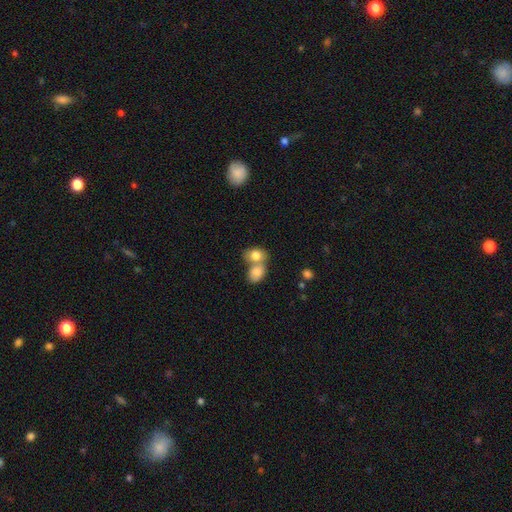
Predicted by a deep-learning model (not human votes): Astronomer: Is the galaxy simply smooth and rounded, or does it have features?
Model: smooth — 80%.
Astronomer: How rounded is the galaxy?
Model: in between — 56% (runner-up: round, 43%).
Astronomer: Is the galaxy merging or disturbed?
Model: merger — 62%.